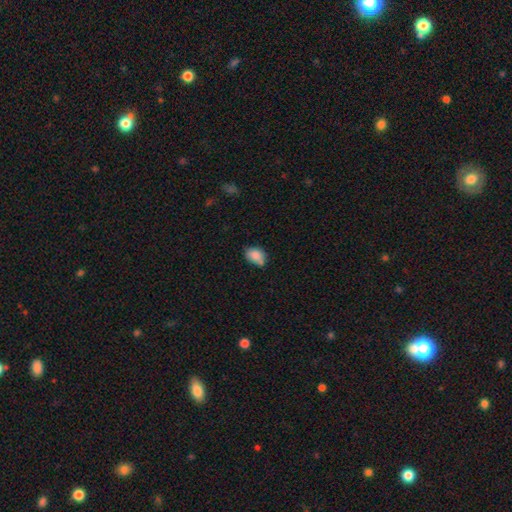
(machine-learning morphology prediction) Smooth or featured?
  - smooth: 84% *
  - star or artifact: 9%
  - featured or disk: 7%
How rounded?
  - in between: 73% *
  - round: 25%
  - cigar-shaped: 1%
Merging?
  - none: 54% *
  - minor disturbance: 28%
  - merger: 13%
  - major disturbance: 6%